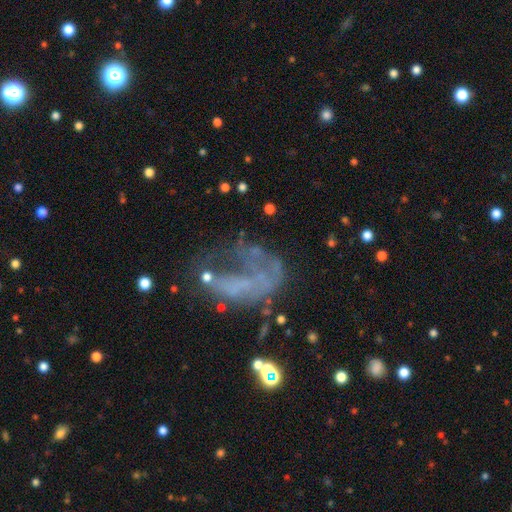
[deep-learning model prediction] Morphology: type=featured or disk (55%); edge-on=no (97%); bar=no (87%); spiral arms=no (82%); bulge=none (81%); merging=major disturbance (50%).